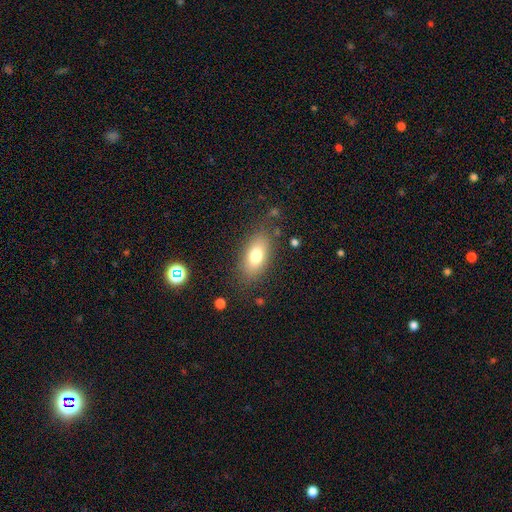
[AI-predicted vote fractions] smooth_or_featured: smooth (p=0.76) [alt: featured or disk p=0.15]
how_rounded: in between (p=0.88) [alt: round p=0.07]
merging: none (p=0.80) [alt: minor disturbance p=0.13]